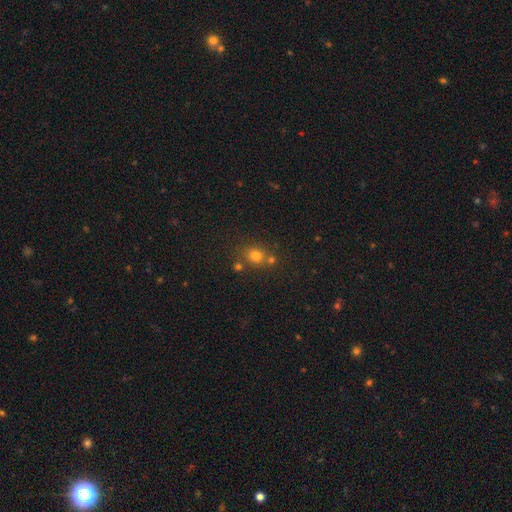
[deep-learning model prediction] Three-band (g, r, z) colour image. It shows a smooth galaxy with no disk features (74%) that is round (77%). Merging: none (66%).